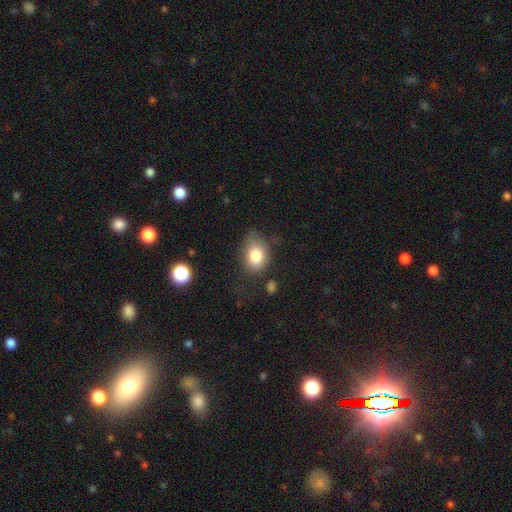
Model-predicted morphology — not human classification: Q: Smooth or featured?
A: smooth (80%); runner-up: featured or disk (11%)
Q: How rounded?
A: in between (67%); runner-up: round (32%)
Q: Merging?
A: none (60%); runner-up: minor disturbance (27%)